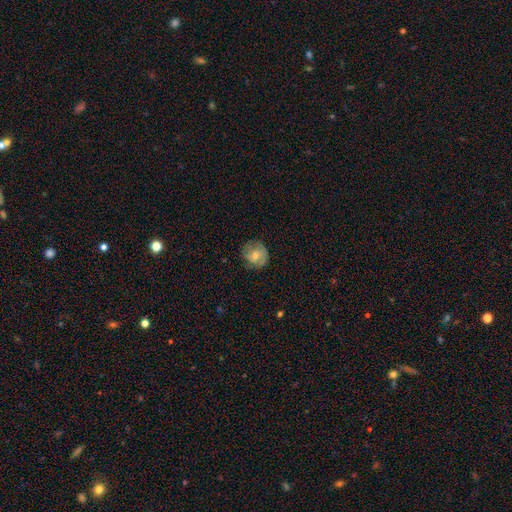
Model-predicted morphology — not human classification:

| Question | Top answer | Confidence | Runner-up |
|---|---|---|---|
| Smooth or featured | smooth | 49% | featured or disk (43%) |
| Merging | none | 72% | minor disturbance (20%) |